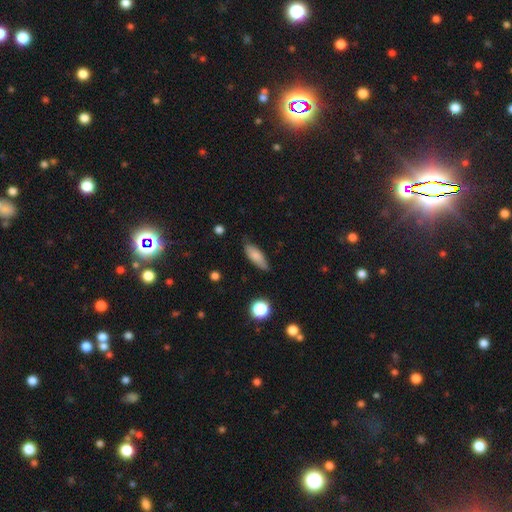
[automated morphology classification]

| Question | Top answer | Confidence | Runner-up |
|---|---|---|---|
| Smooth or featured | smooth | 79% | featured or disk (14%) |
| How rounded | in between | 64% | cigar-shaped (33%) |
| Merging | none | 73% | minor disturbance (22%) |